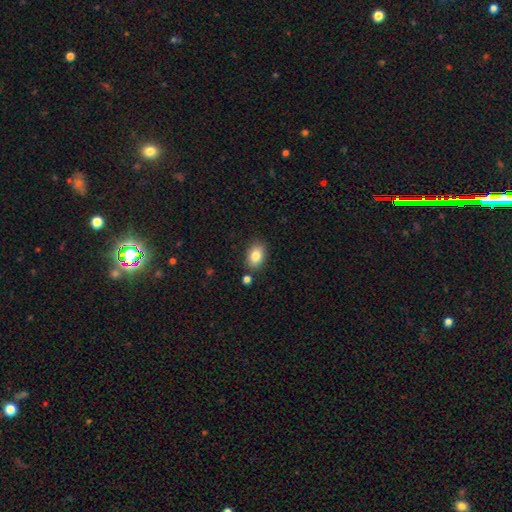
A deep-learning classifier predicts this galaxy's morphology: This is clearly a smooth galaxy (85%). How rounded: clearly in between (84%). Merging: clearly none (82%).